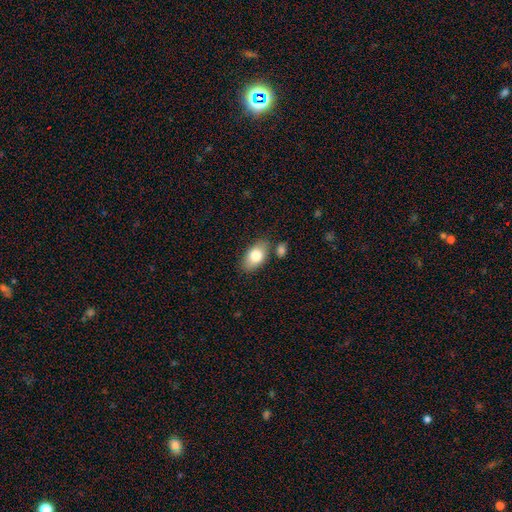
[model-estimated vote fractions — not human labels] Overall: smooth (80%). How rounded: in between (91%). Merging: none (75%).